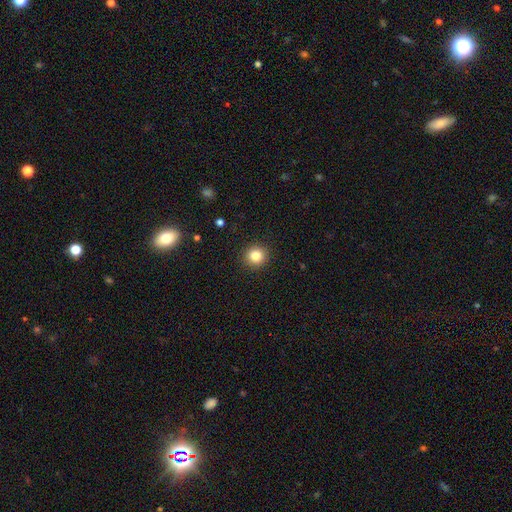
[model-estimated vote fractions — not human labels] This appears to be a smooth galaxy with no disk features (83%) that is round (93%). Merging: none (92%).